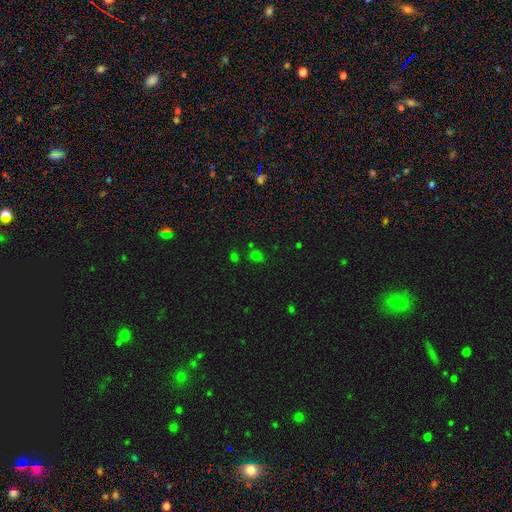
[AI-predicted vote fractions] Smooth or featured? smooth (62%)
How rounded? round (75%)
Merging? none (75%)